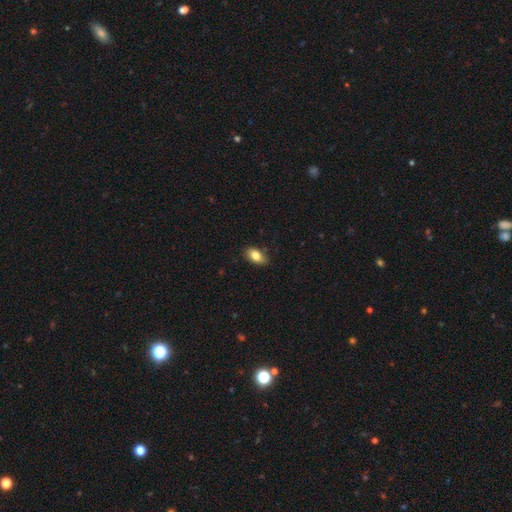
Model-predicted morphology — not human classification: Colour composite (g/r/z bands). It shows a smooth galaxy with no disk features (83%) that is in between round and cigar-shaped (89%). Merging: none (83%).